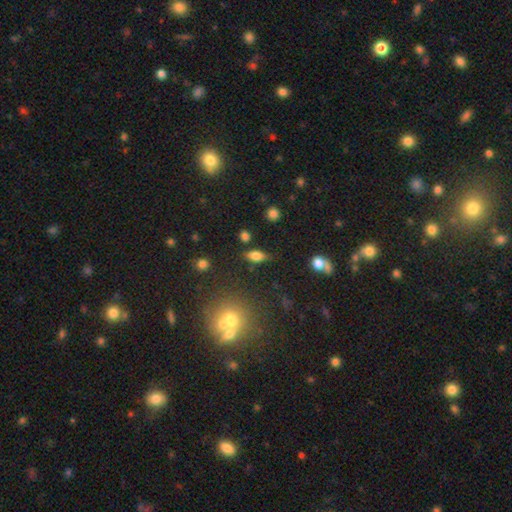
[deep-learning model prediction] smooth-or-featured: smooth: 72% | featured or disk: 18% | star or artifact: 11%
  how-rounded: in between: 79% | cigar-shaped: 15% | round: 7%
  merging: none: 75% | minor disturbance: 15% | major disturbance: 5% | merger: 5%